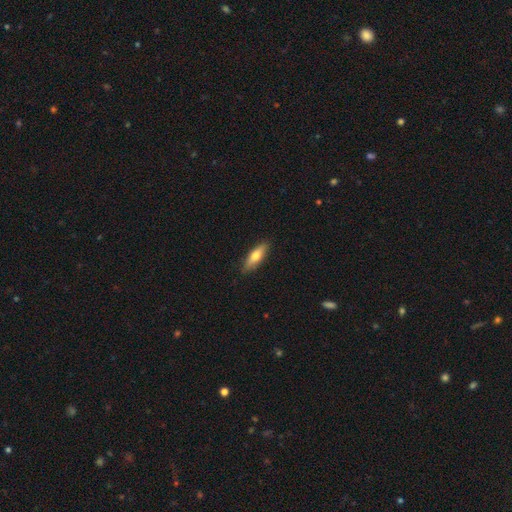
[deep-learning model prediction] Smooth or featured? Predicted: smooth (p=0.63). How rounded? Predicted: cigar-shaped (p=0.54). Merging? Predicted: none (p=0.87).